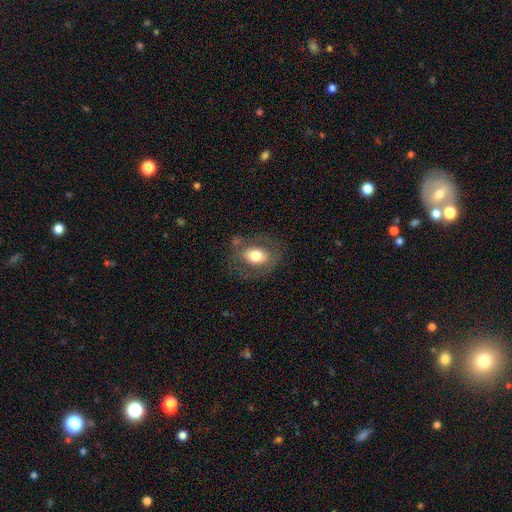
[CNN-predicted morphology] Smooth or featured: smooth — 58% (featured or disk — 34%)
How rounded: in between — 71% (round — 28%)
Merging: none — 68% (minor disturbance — 17%)